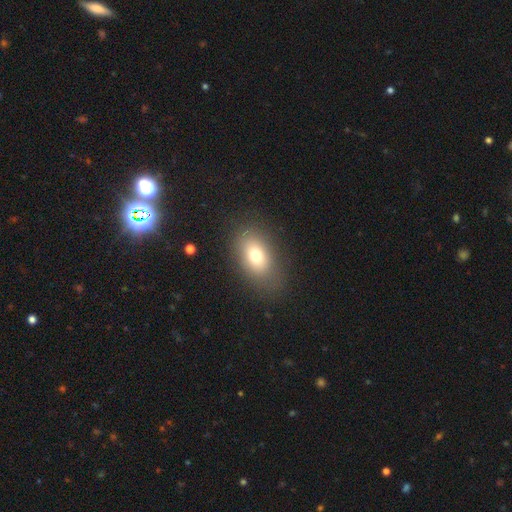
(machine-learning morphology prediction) Overall: smooth (74%). How rounded: in between (79%). Merging: none (80%).